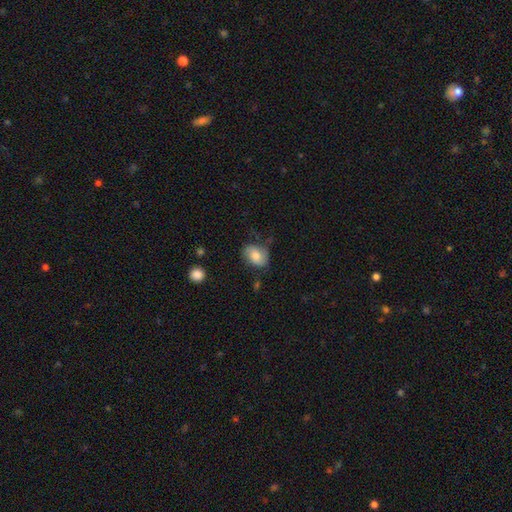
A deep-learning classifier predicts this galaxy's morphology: Smooth or featured? smooth (70%)
How rounded? in between (75%)
Merging? none (58%)